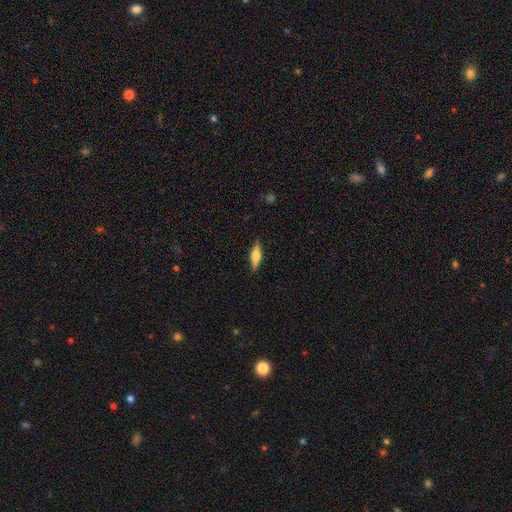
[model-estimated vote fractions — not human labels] Smooth or featured: smooth — 60% (featured or disk — 34%)
How rounded: cigar-shaped — 54% (in between — 44%)
Merging: none — 86% (minor disturbance — 11%)